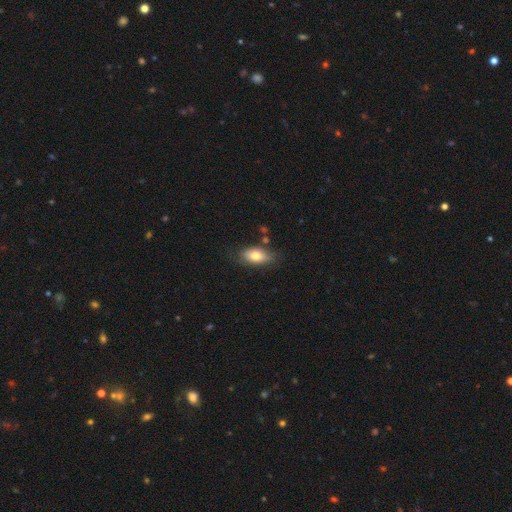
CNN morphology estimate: A smooth galaxy with no disk features (77%) that is in between round and cigar-shaped (89%).

Vote fractions:
- Smooth or featured? smooth: 77% / featured or disk: 16% / star or artifact: 7%
- How rounded? in between: 89% / cigar-shaped: 6% / round: 5%
- Merging? none: 71% / minor disturbance: 20% / major disturbance: 5% / merger: 4%